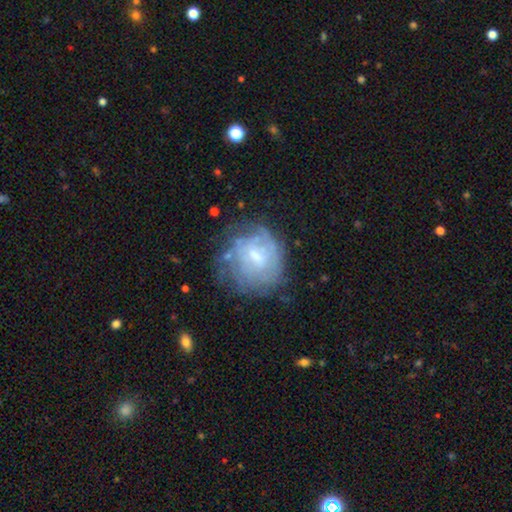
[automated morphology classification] Smooth or featured: featured or disk — 58% (smooth — 32%)
Edge-on disk: no — 97% (yes — 3%)
Bar: weak — 51% (no — 38%)
Spiral arms: yes — 58% (no — 42%)
Bulge size: small — 47% (moderate — 40%)
Merging: none — 60% (minor disturbance — 23%)